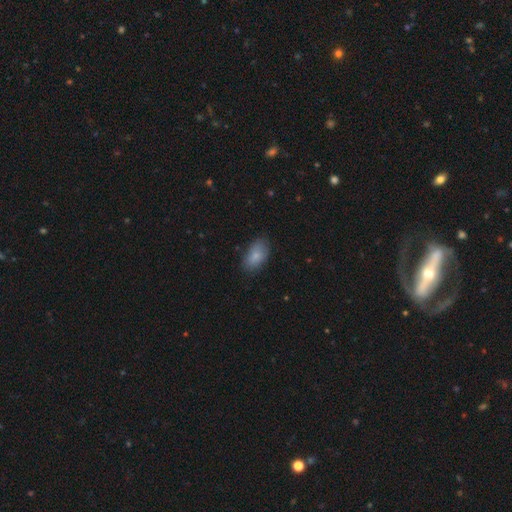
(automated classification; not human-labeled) Smooth or featured? Predicted: smooth (p=0.83). How rounded? Predicted: in between (p=0.93). Merging? Predicted: none (p=0.79).